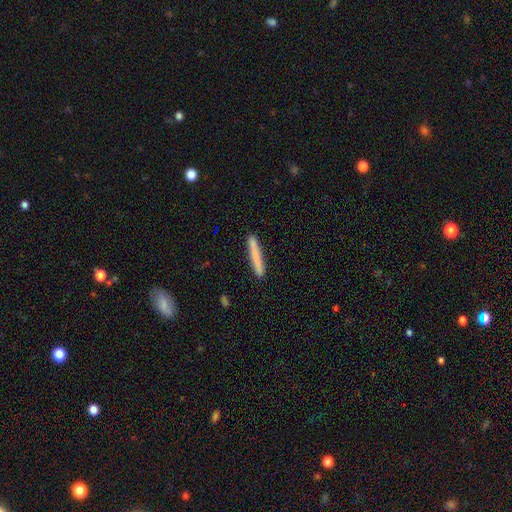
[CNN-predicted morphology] Smooth or featured? Predicted: smooth (p=0.76). How rounded? Predicted: cigar-shaped (p=0.96). Merging? Predicted: none (p=0.90).